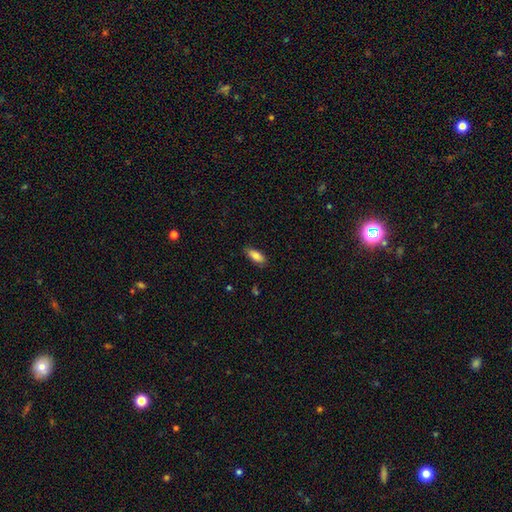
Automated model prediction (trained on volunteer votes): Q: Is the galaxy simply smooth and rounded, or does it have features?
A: smooth — 83%.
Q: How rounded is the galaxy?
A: in between — 81%.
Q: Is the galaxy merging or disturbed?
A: none — 84%.